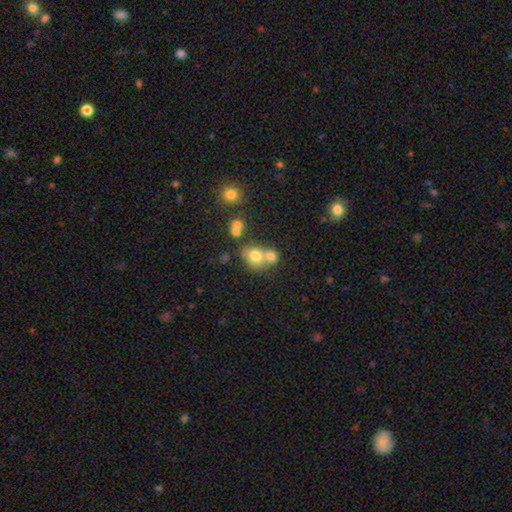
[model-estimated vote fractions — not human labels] Smooth or featured? Predicted: smooth (p=0.72). How rounded? Predicted: round (p=0.57). Merging? Predicted: merger (p=0.52).